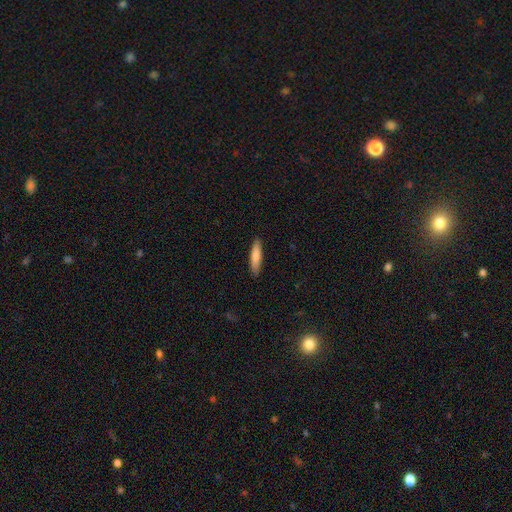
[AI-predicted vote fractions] This appears to be a smooth galaxy with no disk features (79%) that is cigar-shaped (83%). Merging: none (90%).